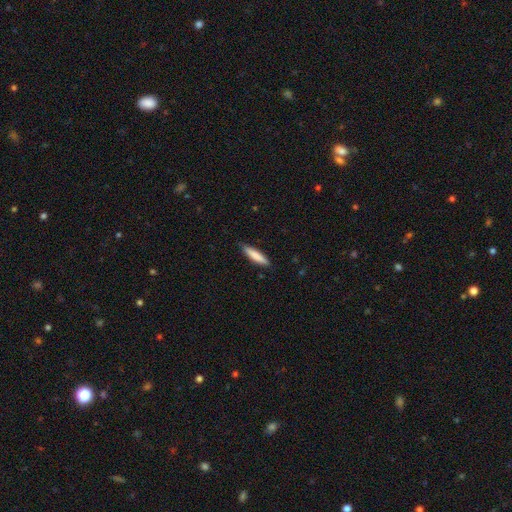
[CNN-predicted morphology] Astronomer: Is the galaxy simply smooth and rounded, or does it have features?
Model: smooth — 82%.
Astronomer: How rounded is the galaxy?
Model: cigar-shaped — 82%.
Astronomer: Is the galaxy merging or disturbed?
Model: none — 86%.